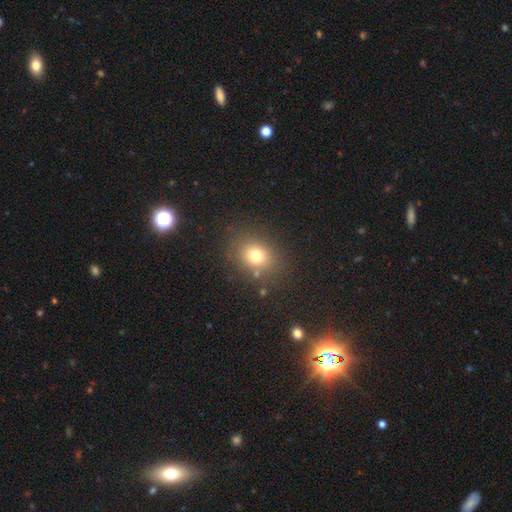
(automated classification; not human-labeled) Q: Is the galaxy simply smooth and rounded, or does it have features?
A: smooth — 74%.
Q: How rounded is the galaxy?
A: round — 56%.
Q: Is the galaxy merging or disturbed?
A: none — 81%.